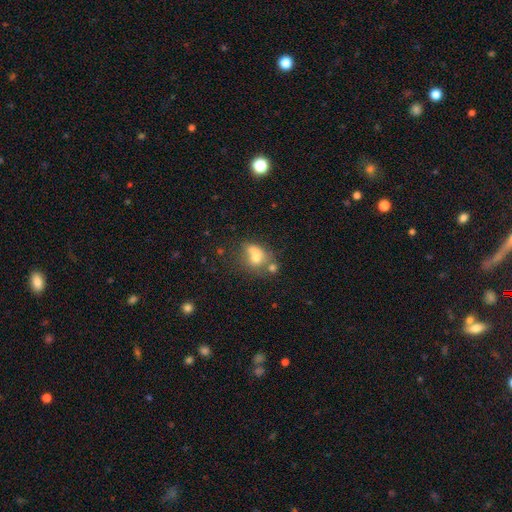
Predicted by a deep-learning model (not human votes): Smooth or featured? Predicted: smooth (p=0.63). How rounded? Predicted: in between (p=0.52). Merging? Predicted: merger (p=0.45).